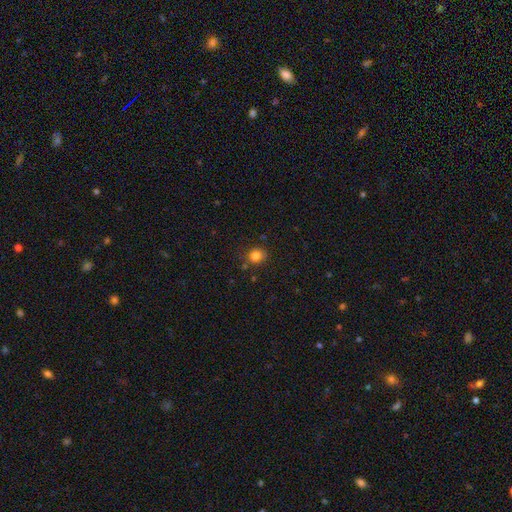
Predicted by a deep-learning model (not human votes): Smooth or featured? Predicted: smooth (p=0.82). How rounded? Predicted: round (p=0.79). Merging? Predicted: none (p=0.79).